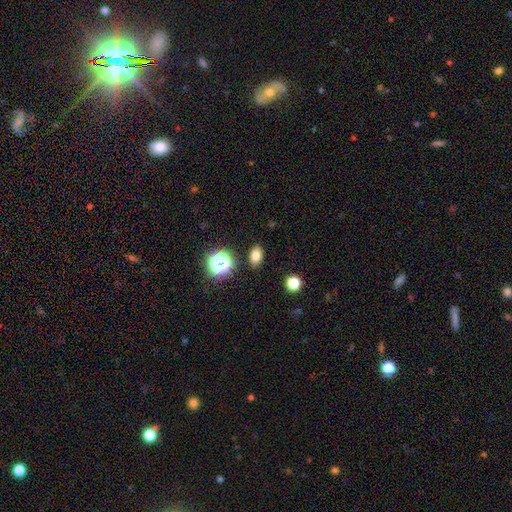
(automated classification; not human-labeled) smooth_or_featured: smooth (p=0.76) [alt: star or artifact p=0.15]
how_rounded: in between (p=0.81) [alt: round p=0.18]
merging: none (p=0.87) [alt: minor disturbance p=0.08]